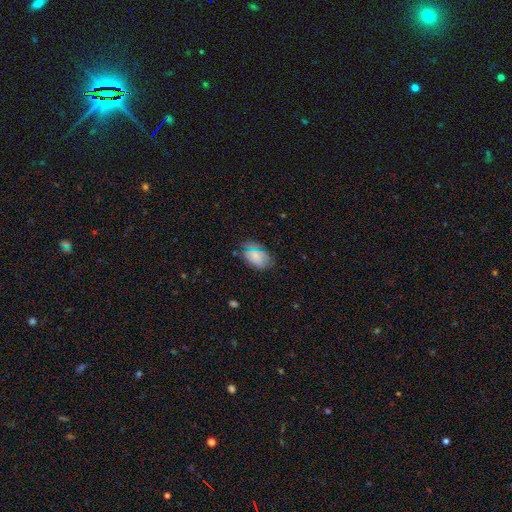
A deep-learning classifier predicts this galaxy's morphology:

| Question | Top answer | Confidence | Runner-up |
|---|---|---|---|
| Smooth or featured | smooth | 72% | star or artifact (15%) |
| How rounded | in between | 88% | round (10%) |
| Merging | none | 74% | minor disturbance (20%) |